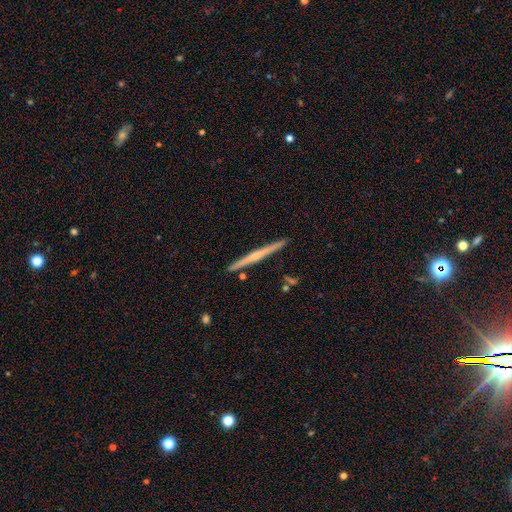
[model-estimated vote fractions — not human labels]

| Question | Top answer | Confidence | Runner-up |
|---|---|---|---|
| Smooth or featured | featured or disk | 63% | smooth (31%) |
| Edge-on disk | yes | 98% | no (2%) |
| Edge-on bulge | rounded | 47% | none (45%) |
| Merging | none | 91% | minor disturbance (6%) |